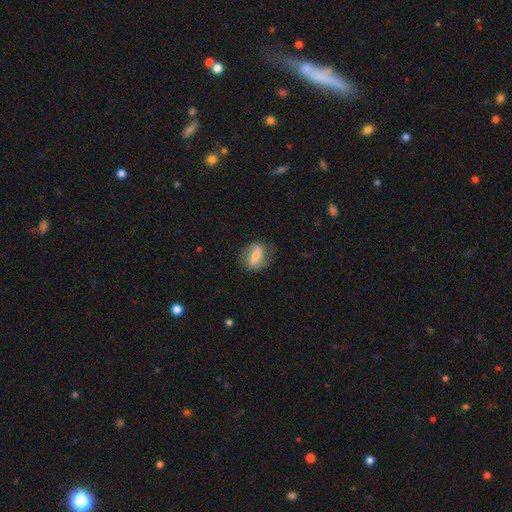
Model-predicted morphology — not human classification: Overall: smooth (50%; featured or disk 43%). How rounded: in between (69%). Merging: none (73%).